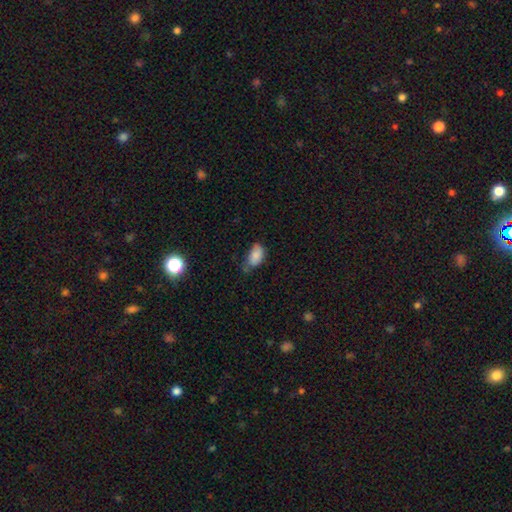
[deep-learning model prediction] Smooth or featured: smooth — 83% (star or artifact — 9%)
How rounded: in between — 91% (round — 7%)
Merging: none — 45% (minor disturbance — 40%)